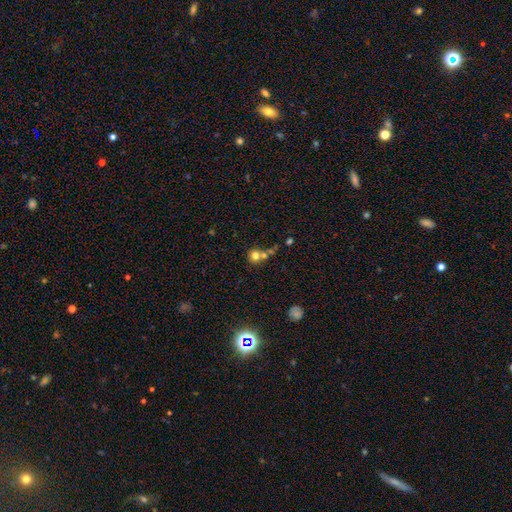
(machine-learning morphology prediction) Overall: smooth (73%). How rounded: round (89%). Merging: none (49%; merger 39%).